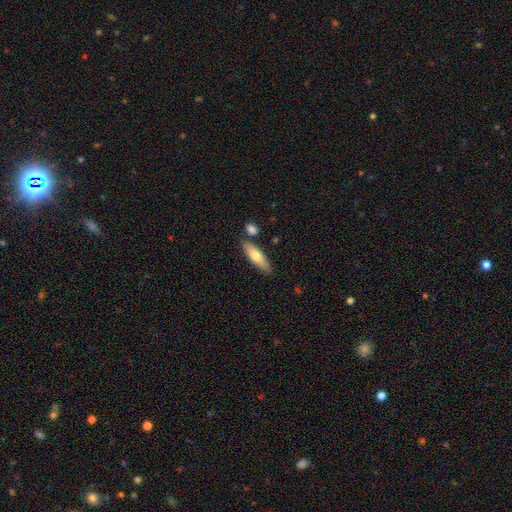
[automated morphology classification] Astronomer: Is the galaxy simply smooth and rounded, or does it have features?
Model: smooth — 67%.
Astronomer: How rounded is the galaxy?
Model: cigar-shaped — 56% (runner-up: in between, 42%).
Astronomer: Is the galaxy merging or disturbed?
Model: none — 76%.